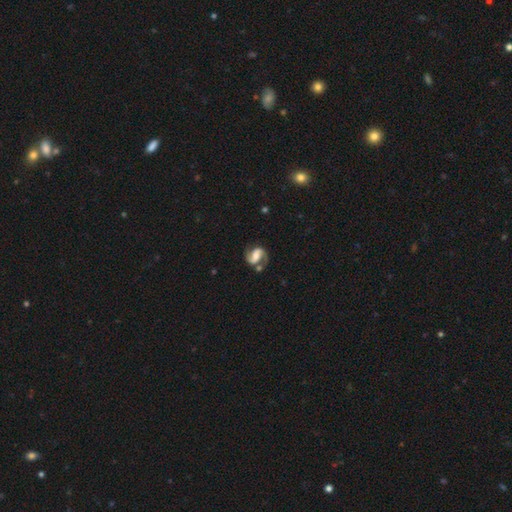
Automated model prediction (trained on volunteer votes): smooth-or-featured: featured or disk: 85% | smooth: 10% | star or artifact: 6%
  disk-edge-on: no: 98% | yes: 2%
    bar: weak: 39% | strong: 38% | no: 23%
    has-spiral-arms: yes: 96% | no: 4%
      spiral-winding: medium: 53% | loose: 28% | tight: 18%
      spiral-arm-count: 2: 91% | 1: 3% | can't tell: 3% | 3: 1% | 4: 1% | more than 4: 1%
    bulge-size: moderate: 49% | small: 28% | large: 14% | none: 7% | dominant: 2%
  merging: none: 71% | minor disturbance: 15% | major disturbance: 7% | merger: 6%